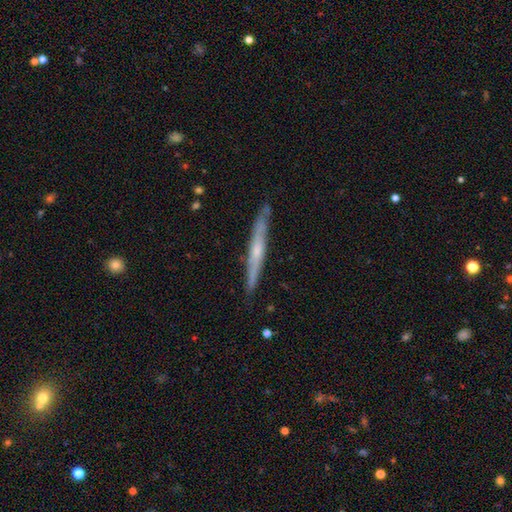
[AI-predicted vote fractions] This appears to be a featured or disk galaxy (67%) viewed edge-on (95%) with a rounded central bulge (56%). Merging: none (87%).